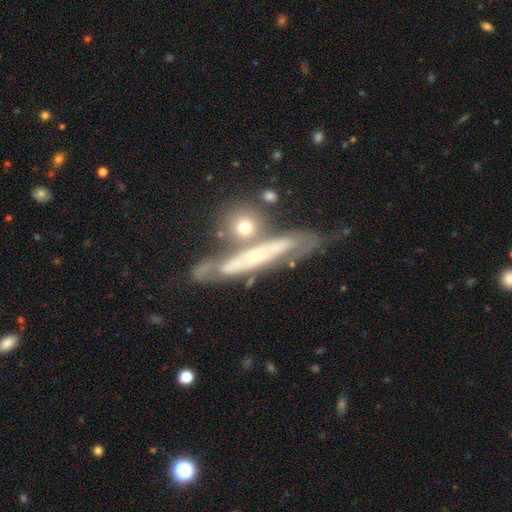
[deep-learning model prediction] Smooth or featured?
  - featured or disk: 73% *
  - smooth: 20%
  - star or artifact: 7%
Edge-on disk?
  - no: 51% *
  - yes: 49%
Merging?
  - none: 53% *
  - merger: 19%
  - minor disturbance: 19%
  - major disturbance: 9%